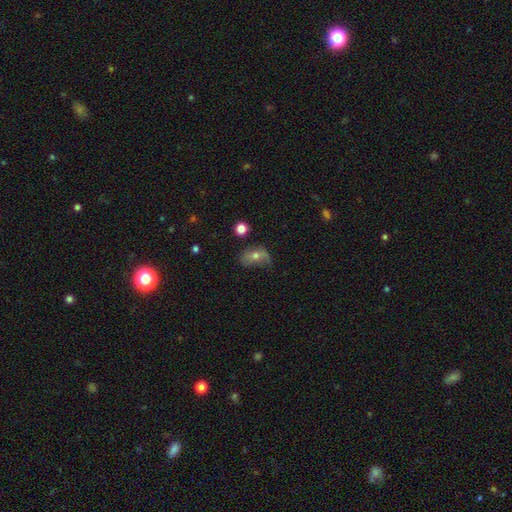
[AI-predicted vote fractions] The model was most divided on "smooth or featured": smooth: 47%, featured or disk: 40%, star or artifact: 13%. Remaining: merging — none (41%).